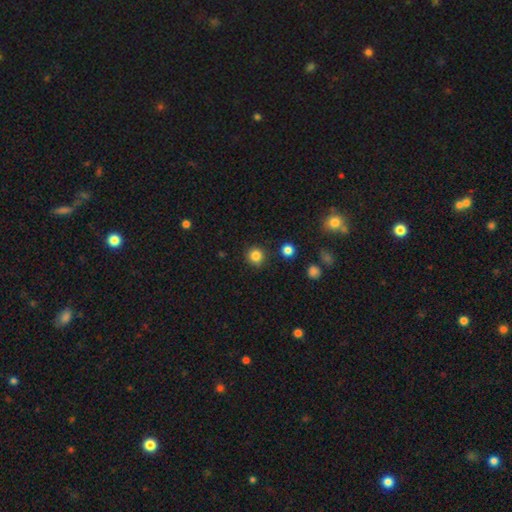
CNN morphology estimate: Smooth or featured?
  - smooth: 83% *
  - star or artifact: 12%
  - featured or disk: 4%
How rounded?
  - round: 93% *
  - in between: 6%
  - cigar-shaped: 1%
Merging?
  - none: 89% *
  - minor disturbance: 7%
  - merger: 2%
  - major disturbance: 2%